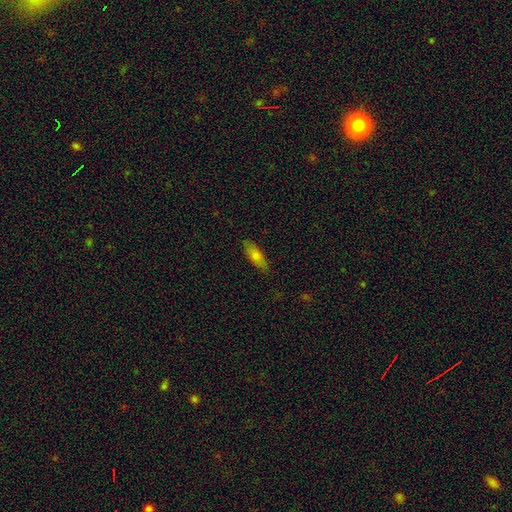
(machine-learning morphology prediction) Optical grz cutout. It shows a smooth galaxy with no disk features (75%) that is in between round and cigar-shaped (62%). Merging: none (85%).